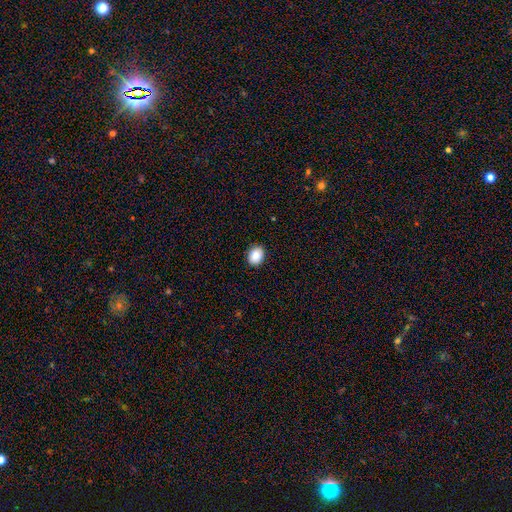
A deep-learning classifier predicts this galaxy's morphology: smooth 86%, star or artifact 8%, featured or disk 6%. Down the decision tree: how rounded — in between (52%); merging — none (90%).